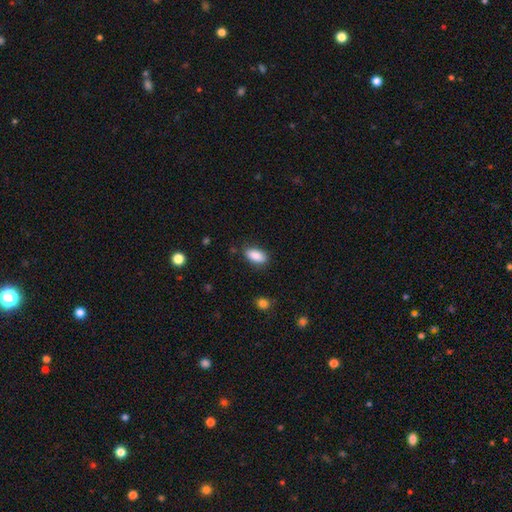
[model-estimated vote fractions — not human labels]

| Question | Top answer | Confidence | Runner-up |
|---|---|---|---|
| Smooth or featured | smooth | 89% | star or artifact (7%) |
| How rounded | in between | 90% | cigar-shaped (6%) |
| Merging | none | 83% | minor disturbance (13%) |